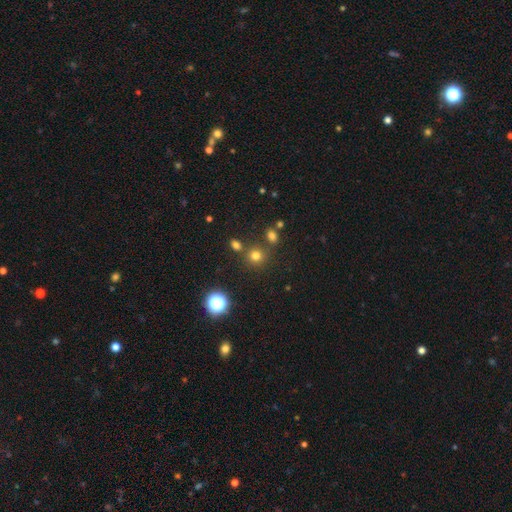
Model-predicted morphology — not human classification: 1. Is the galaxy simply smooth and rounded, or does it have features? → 72% smooth, 22% star or artifact, 7% featured or disk.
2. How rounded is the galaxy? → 88% round, 11% in between, 1% cigar-shaped.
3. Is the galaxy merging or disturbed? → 76% none, 12% merger, 9% minor disturbance, 4% major disturbance.